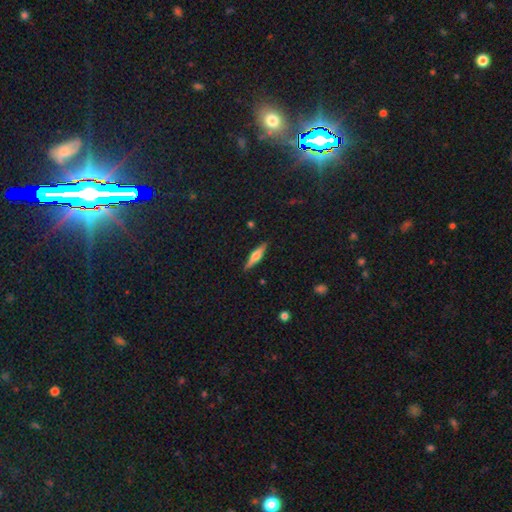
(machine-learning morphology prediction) smooth_or_featured: featured or disk (p=0.54) [alt: smooth p=0.40]
disk_edge_on: yes (p=0.96) [alt: no p=0.04]
edge_on_bulge: rounded (p=0.87) [alt: boxy p=0.08]
merging: none (p=0.90) [alt: minor disturbance p=0.07]